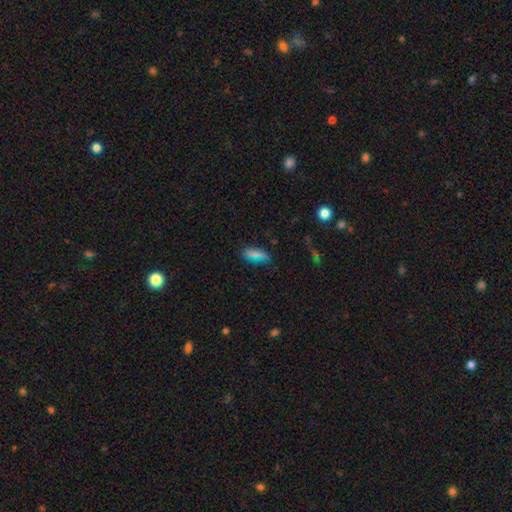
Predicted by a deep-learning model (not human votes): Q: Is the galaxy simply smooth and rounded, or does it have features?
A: smooth — 66%.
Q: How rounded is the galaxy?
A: in between — 75%.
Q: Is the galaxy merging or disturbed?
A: none — 76%.